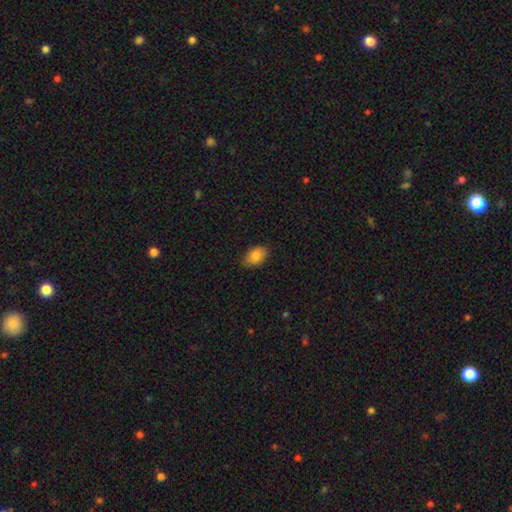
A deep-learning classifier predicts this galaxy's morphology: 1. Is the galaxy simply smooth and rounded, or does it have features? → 82% smooth, 10% featured or disk, 8% star or artifact.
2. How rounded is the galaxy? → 84% in between, 15% round, 1% cigar-shaped.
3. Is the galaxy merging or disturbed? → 80% none, 17% minor disturbance, 2% major disturbance, 1% merger.